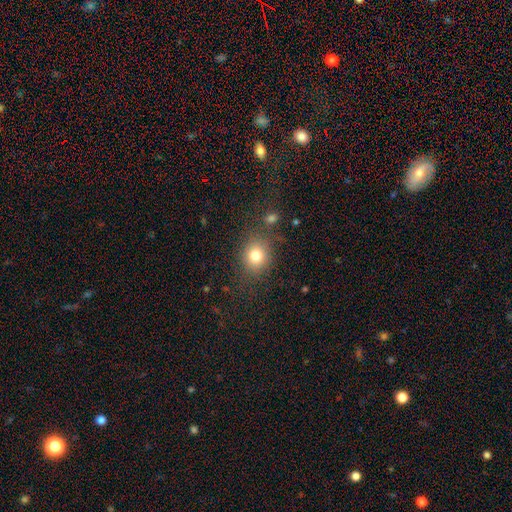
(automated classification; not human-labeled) Smooth or featured?
  - smooth: 79% *
  - star or artifact: 12%
  - featured or disk: 9%
How rounded?
  - round: 73% *
  - in between: 26%
  - cigar-shaped: 1%
Merging?
  - none: 80% *
  - minor disturbance: 11%
  - major disturbance: 5%
  - merger: 4%